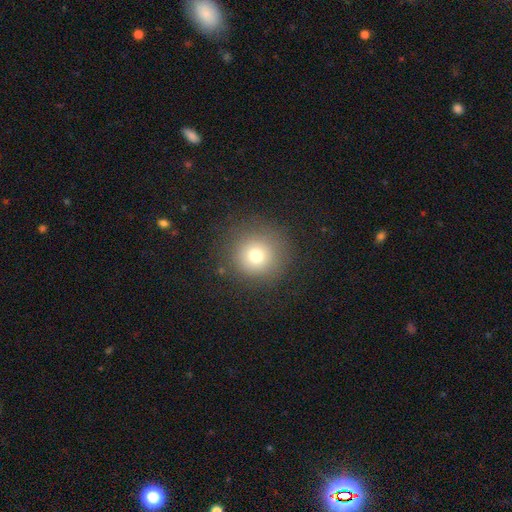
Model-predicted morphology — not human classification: type=smooth (73%); roundness=round (94%); merging=none (86%).